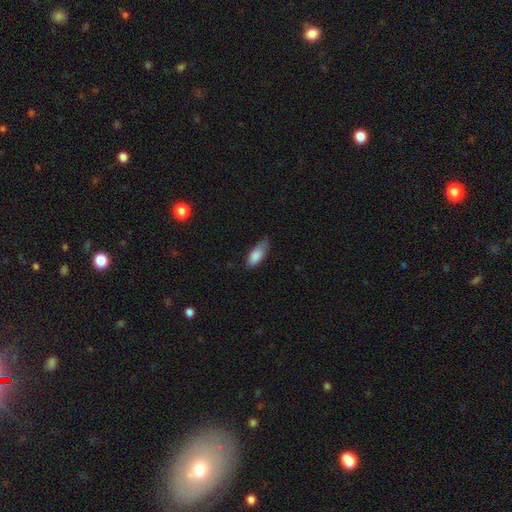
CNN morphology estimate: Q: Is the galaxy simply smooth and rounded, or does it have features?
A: smooth — 86%.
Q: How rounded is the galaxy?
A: in between — 81%.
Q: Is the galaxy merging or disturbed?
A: none — 54%.